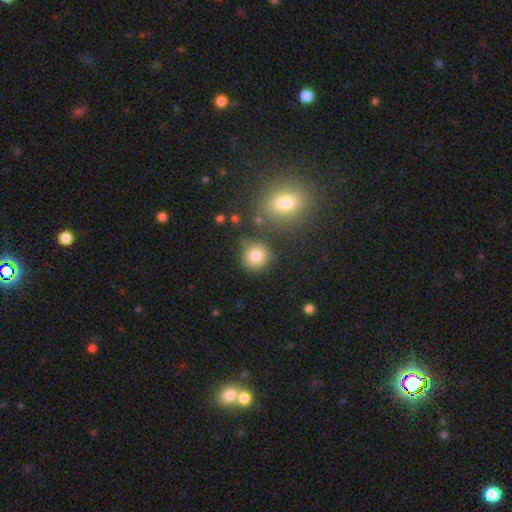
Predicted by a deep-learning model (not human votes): smooth-or-featured: smooth: 81% | star or artifact: 11% | featured or disk: 7%
  how-rounded: round: 90% | in between: 9% | cigar-shaped: 1%
  merging: none: 80% | minor disturbance: 9% | merger: 7% | major disturbance: 3%